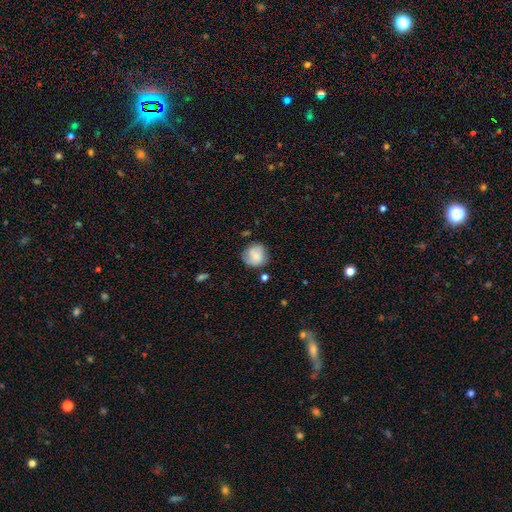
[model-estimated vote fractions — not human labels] Q: Smooth or featured?
A: smooth (74%); runner-up: featured or disk (18%)
Q: How rounded?
A: round (85%); runner-up: in between (14%)
Q: Merging?
A: none (67%); runner-up: minor disturbance (23%)